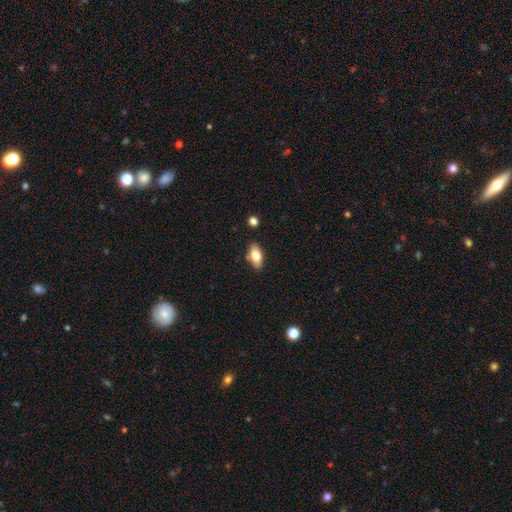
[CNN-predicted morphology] This is likely a smooth galaxy (76%). How rounded: clearly in between (89%). Merging: clearly none (84%).